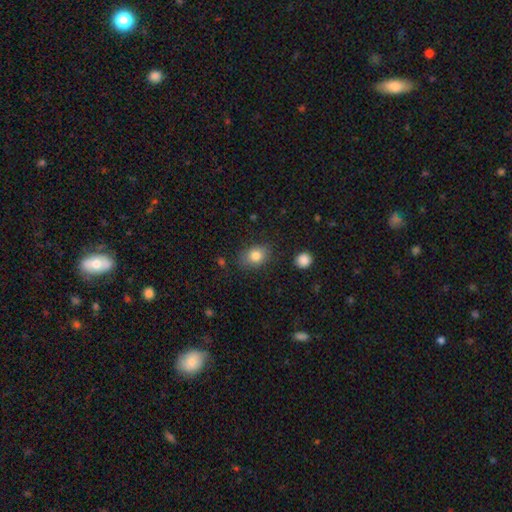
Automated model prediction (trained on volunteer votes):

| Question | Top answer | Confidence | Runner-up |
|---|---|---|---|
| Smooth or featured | smooth | 82% | star or artifact (9%) |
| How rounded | in between | 65% | round (34%) |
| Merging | none | 80% | minor disturbance (14%) |